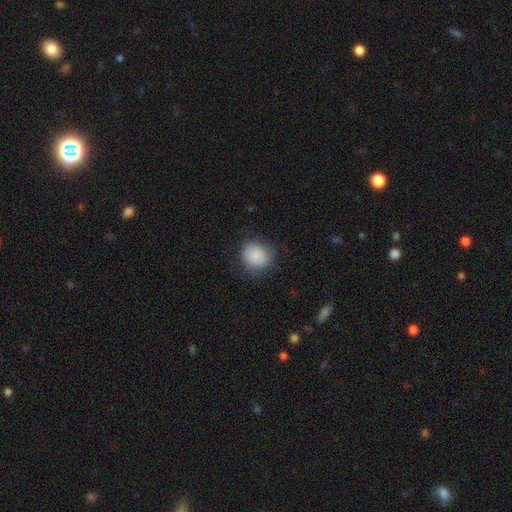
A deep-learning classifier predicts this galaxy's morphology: type=smooth (86%); roundness=round (79%); merging=none (74%).